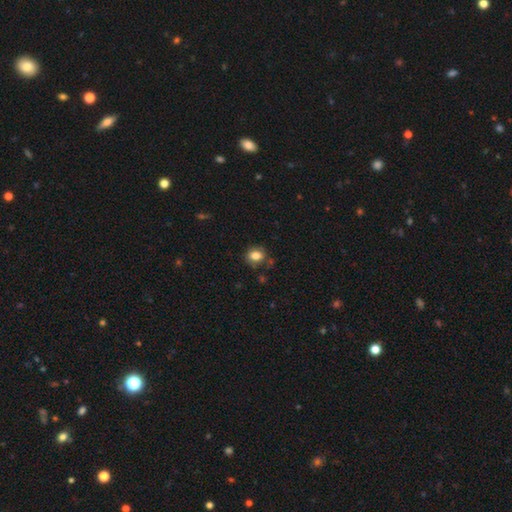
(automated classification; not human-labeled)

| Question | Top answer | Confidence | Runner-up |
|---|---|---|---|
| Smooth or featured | smooth | 80% | star or artifact (10%) |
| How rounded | round | 54% | in between (45%) |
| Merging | none | 73% | minor disturbance (18%) |